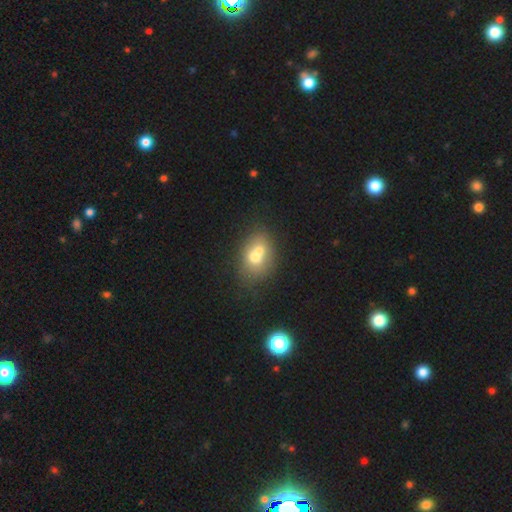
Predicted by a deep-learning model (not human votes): A smooth galaxy with no disk features (63%) that is in between round and cigar-shaped (60%). Merging: merger (56%).